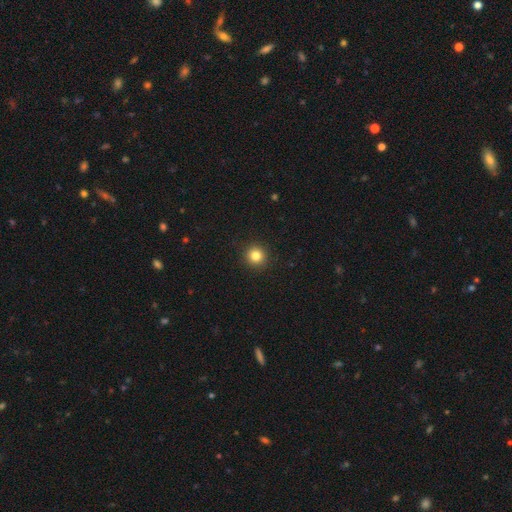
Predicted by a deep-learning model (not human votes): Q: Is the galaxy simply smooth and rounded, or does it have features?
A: smooth — 83%.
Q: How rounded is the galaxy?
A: round — 95%.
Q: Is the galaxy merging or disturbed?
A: none — 93%.